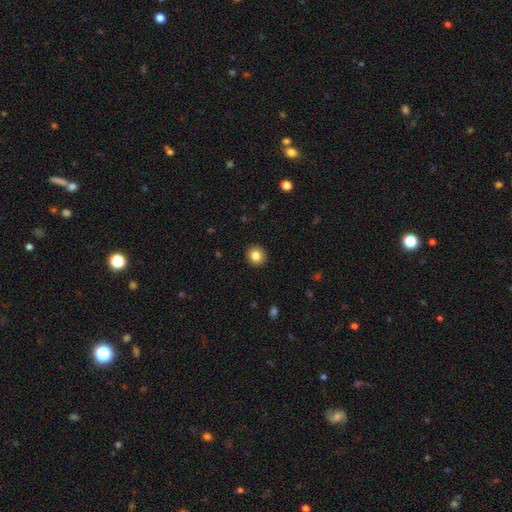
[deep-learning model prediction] Smooth or featured: smooth — 84% (star or artifact — 9%)
How rounded: round — 90% (in between — 9%)
Merging: none — 92% (minor disturbance — 5%)